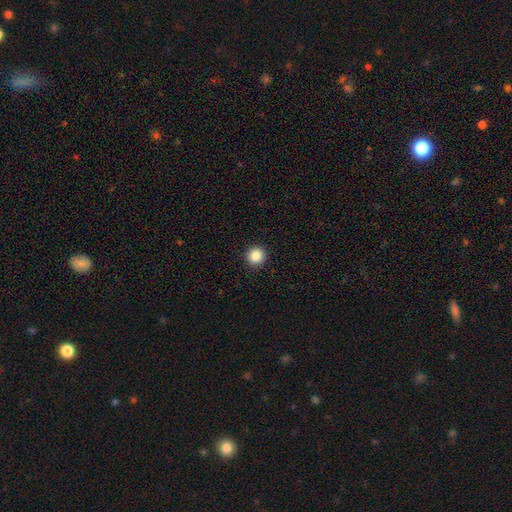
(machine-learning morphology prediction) smooth-or-featured: smooth: 87% | star or artifact: 10% | featured or disk: 3%
  how-rounded: round: 94% | in between: 5% | cigar-shaped: 1%
  merging: none: 93% | minor disturbance: 5% | major disturbance: 2% | merger: 1%